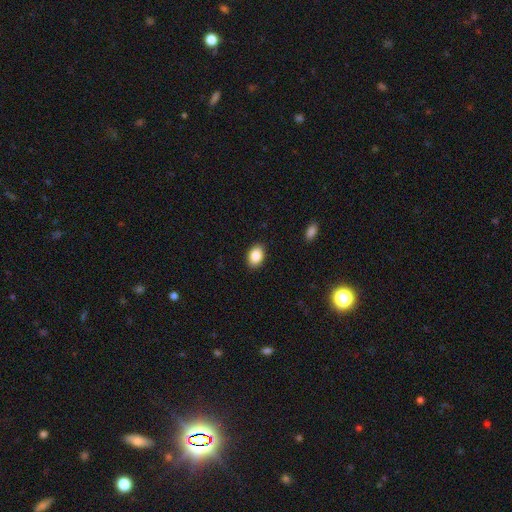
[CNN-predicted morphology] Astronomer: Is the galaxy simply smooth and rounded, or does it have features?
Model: smooth — 87%.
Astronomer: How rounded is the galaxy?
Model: in between — 83%.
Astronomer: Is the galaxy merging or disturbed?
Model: none — 89%.